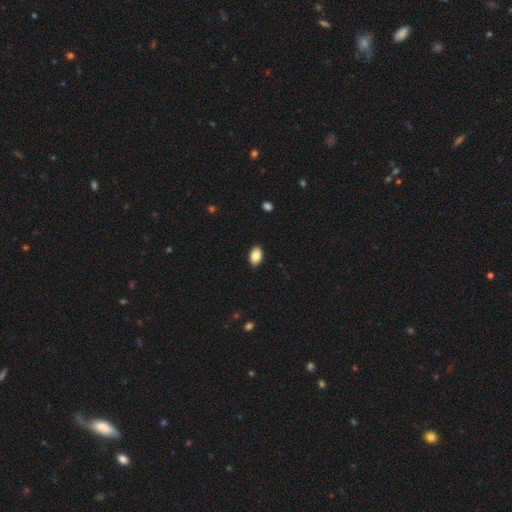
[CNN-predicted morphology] type=smooth (86%); roundness=in between (90%); merging=none (90%).